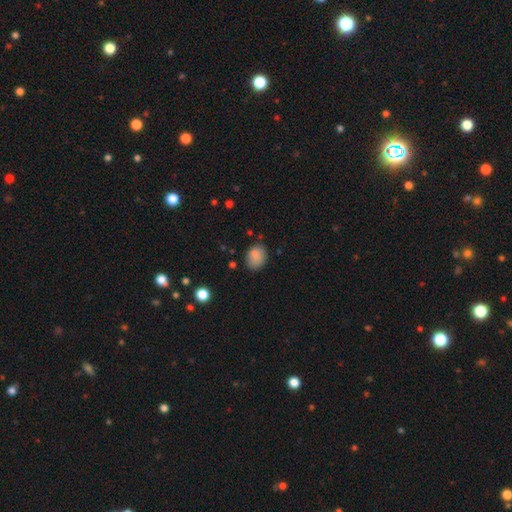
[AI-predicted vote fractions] Q: Smooth or featured?
A: smooth (83%); runner-up: star or artifact (10%)
Q: How rounded?
A: in between (63%); runner-up: round (36%)
Q: Merging?
A: none (77%); runner-up: minor disturbance (17%)